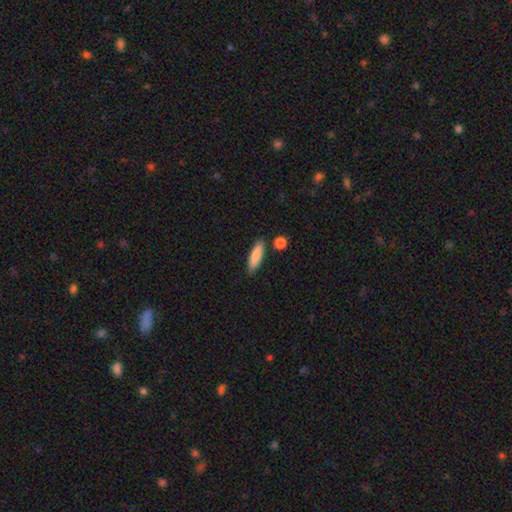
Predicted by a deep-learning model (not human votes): smooth 84%, featured or disk 10%, star or artifact 6%. Down the decision tree: how rounded — cigar-shaped (53%); merging — none (82%).